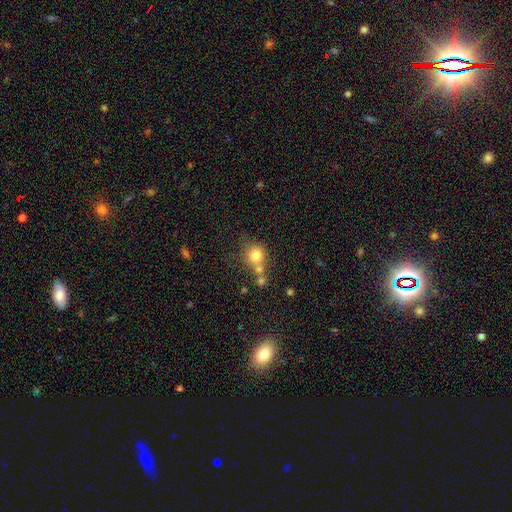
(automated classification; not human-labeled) This is likely a smooth galaxy (77%). How rounded: clearly round (87%). Merging: possibly none (53%).